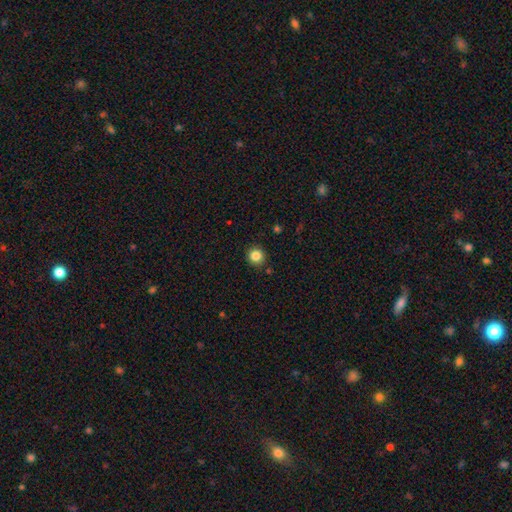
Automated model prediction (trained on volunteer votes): A smooth galaxy with no disk features (84%) that is round (93%). Merging: none (90%).